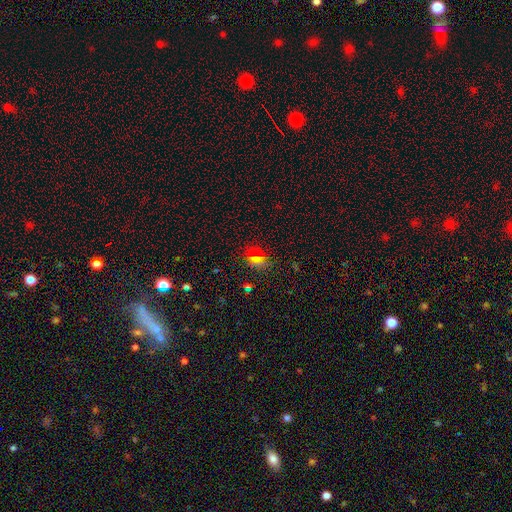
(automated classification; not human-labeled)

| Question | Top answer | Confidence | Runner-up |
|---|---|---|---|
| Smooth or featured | smooth | 60% | star or artifact (32%) |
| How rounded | round | 48% | in between (47%) |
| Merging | none | 83% | minor disturbance (11%) |